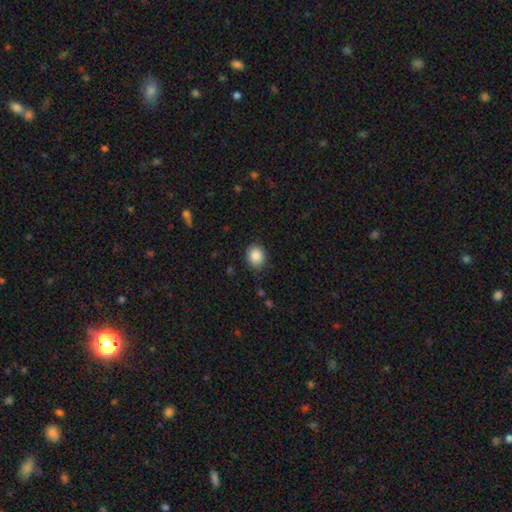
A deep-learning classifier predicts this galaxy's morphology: smooth_or_featured: smooth (p=0.87) [alt: star or artifact p=0.08]
how_rounded: round (p=0.59) [alt: in between p=0.40]
merging: none (p=0.86) [alt: minor disturbance p=0.11]